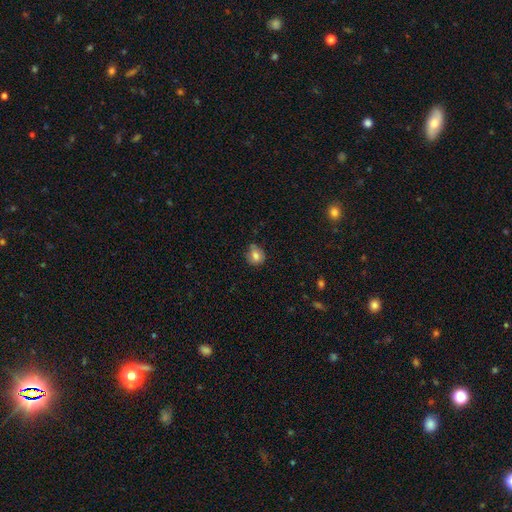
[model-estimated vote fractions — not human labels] Morphology: type=smooth (79%); roundness=round (81%); merging=none (68%).